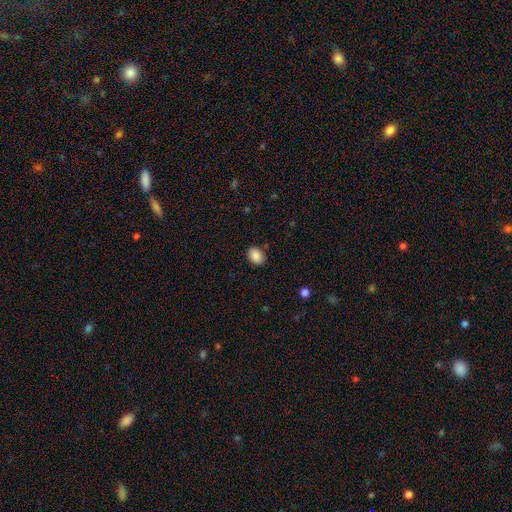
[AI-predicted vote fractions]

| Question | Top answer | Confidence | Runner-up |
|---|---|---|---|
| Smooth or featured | smooth | 88% | star or artifact (8%) |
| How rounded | in between | 71% | round (28%) |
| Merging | none | 85% | minor disturbance (11%) |